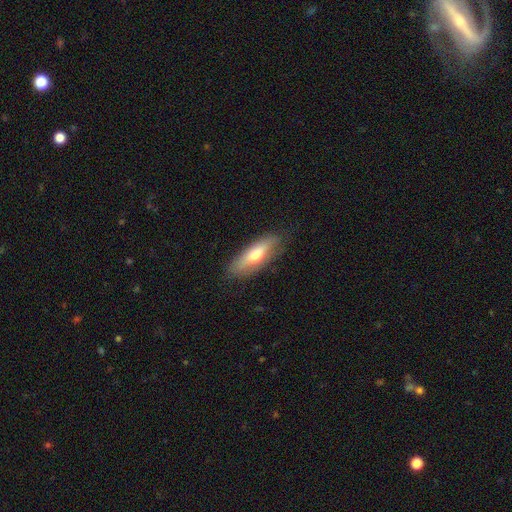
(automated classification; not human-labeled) Smooth or featured? Predicted: smooth (p=0.62). How rounded? Predicted: in between (p=0.55). Merging? Predicted: none (p=0.79).